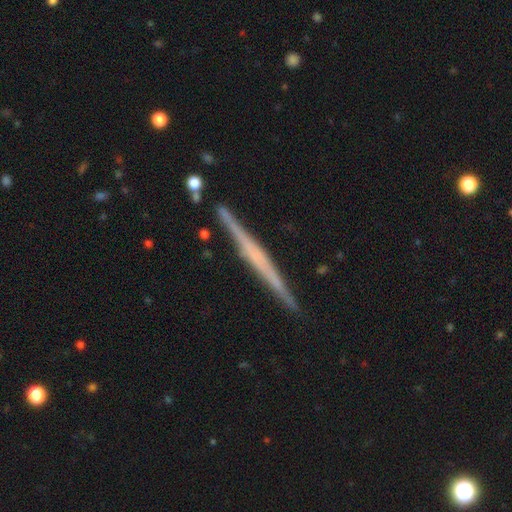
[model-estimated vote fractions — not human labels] smooth_or_featured: featured or disk (p=0.72) [alt: smooth p=0.23]
disk_edge_on: yes (p=0.98) [alt: no p=0.02]
edge_on_bulge: none (p=0.65) [alt: rounded p=0.21]
merging: none (p=0.90) [alt: minor disturbance p=0.07]